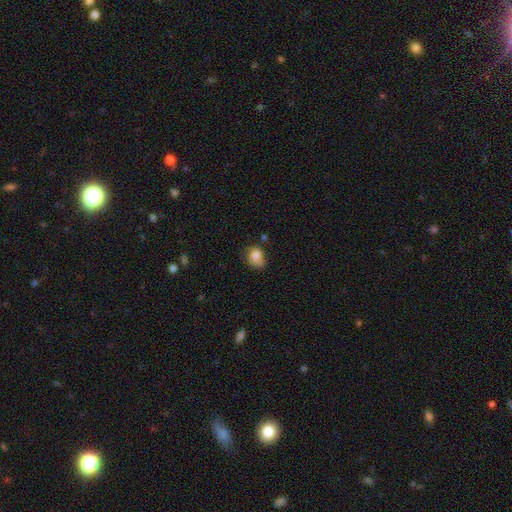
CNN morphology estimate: A smooth galaxy with no disk features (76%) that is round (59%). Merging: none (46%).